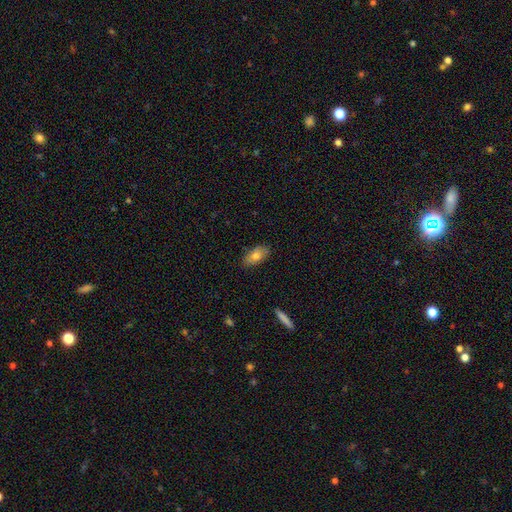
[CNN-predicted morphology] smooth-or-featured: smooth: 76% | featured or disk: 17% | star or artifact: 7%
  how-rounded: in between: 89% | cigar-shaped: 6% | round: 4%
  merging: none: 85% | minor disturbance: 12% | major disturbance: 2% | merger: 1%